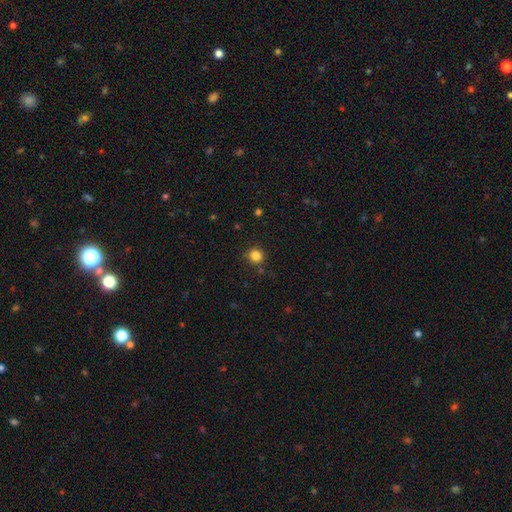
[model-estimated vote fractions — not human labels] Smooth or featured? smooth (83%)
How rounded? round (92%)
Merging? none (86%)